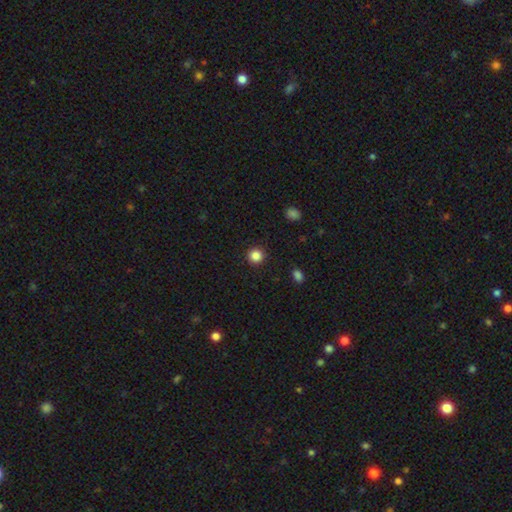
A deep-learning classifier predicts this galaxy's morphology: smooth_or_featured: smooth (p=0.84) [alt: star or artifact p=0.12]
how_rounded: round (p=0.95) [alt: in between p=0.04]
merging: none (p=0.92) [alt: minor disturbance p=0.05]